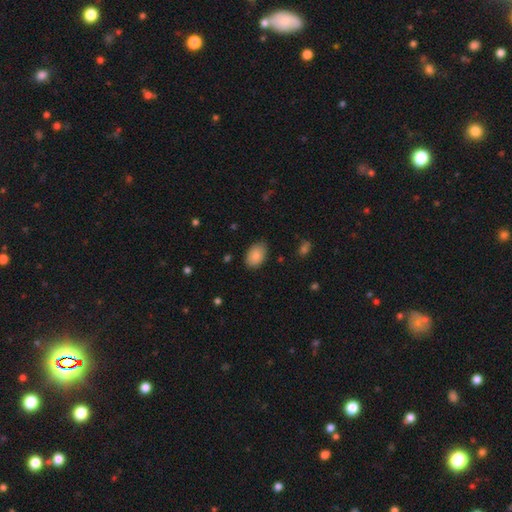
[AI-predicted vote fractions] Smooth or featured?
  - smooth: 87% *
  - star or artifact: 7%
  - featured or disk: 6%
How rounded?
  - in between: 87% *
  - round: 12%
  - cigar-shaped: 1%
Merging?
  - none: 81% *
  - minor disturbance: 15%
  - major disturbance: 3%
  - merger: 1%